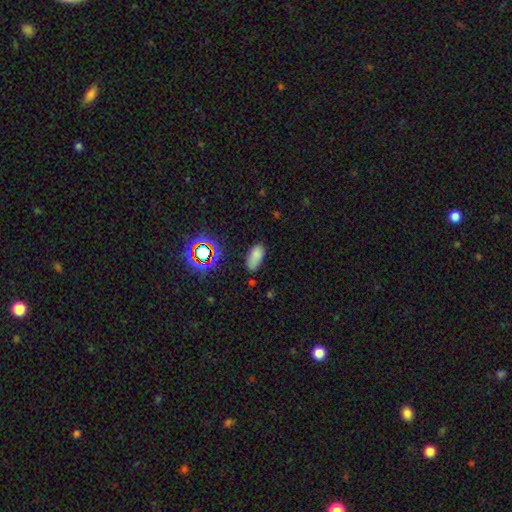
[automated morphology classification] This appears to be a smooth galaxy with no disk features (76%) that is in between round and cigar-shaped (91%). Merging: none (70%).